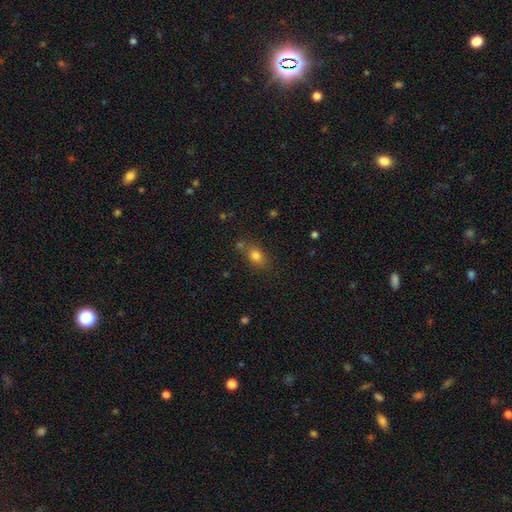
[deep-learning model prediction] Smooth or featured? smooth (79%)
How rounded? in between (65%)
Merging? none (67%)